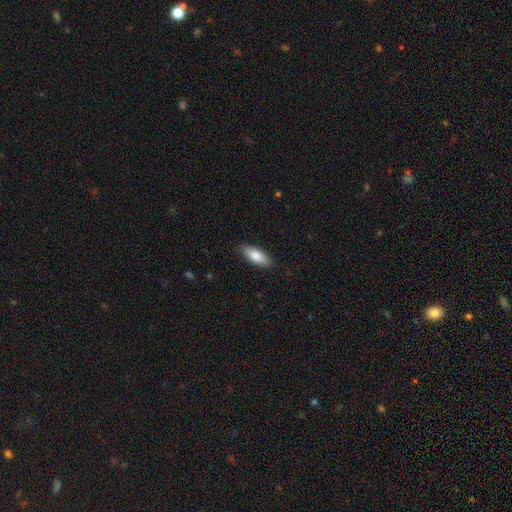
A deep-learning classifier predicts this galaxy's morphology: Smooth or featured?
  - smooth: 80% *
  - featured or disk: 15%
  - star or artifact: 6%
How rounded?
  - in between: 73% *
  - cigar-shaped: 25%
  - round: 2%
Merging?
  - none: 86% *
  - minor disturbance: 11%
  - major disturbance: 2%
  - merger: 1%